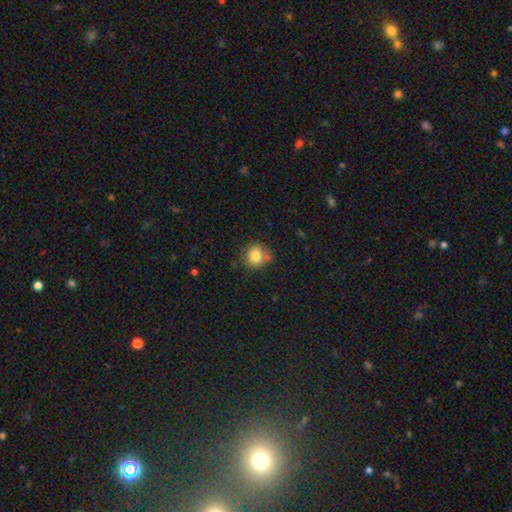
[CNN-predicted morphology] smooth-or-featured: smooth: 80% | featured or disk: 10% | star or artifact: 10%
  how-rounded: round: 79% | in between: 20% | cigar-shaped: 1%
  merging: none: 63% | minor disturbance: 23% | merger: 8% | major disturbance: 7%